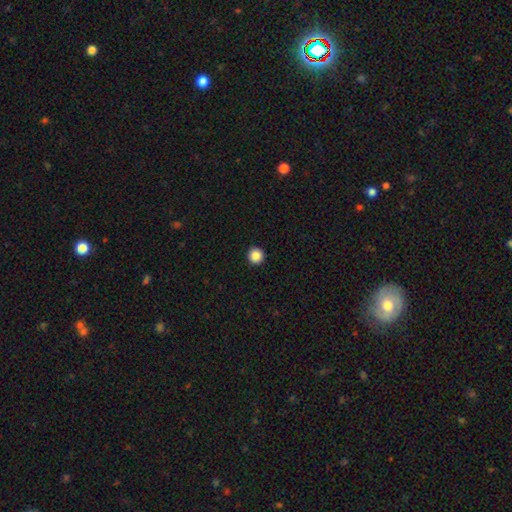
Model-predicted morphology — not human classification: A smooth galaxy with no disk features (87%) that is round (96%). Merging: none (94%).